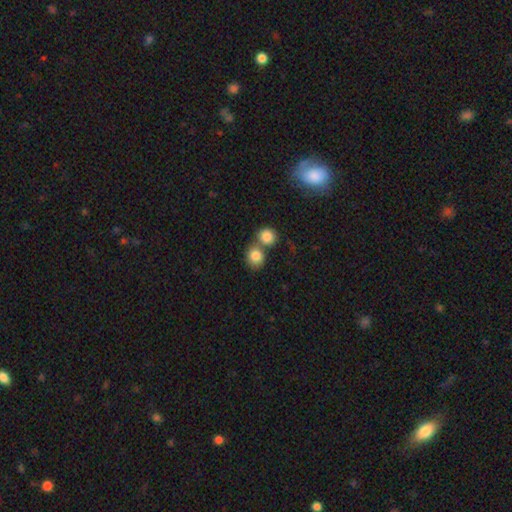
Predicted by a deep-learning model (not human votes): smooth-or-featured: smooth: 83% | star or artifact: 9% | featured or disk: 8%
  how-rounded: round: 76% | in between: 23% | cigar-shaped: 1%
  merging: merger: 48% | none: 42% | minor disturbance: 7% | major disturbance: 3%